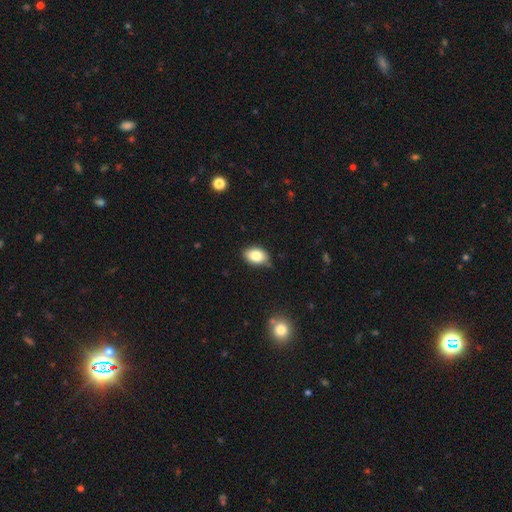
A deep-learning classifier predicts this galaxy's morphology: Smooth or featured: smooth — 83% (featured or disk — 9%)
How rounded: in between — 86% (round — 13%)
Merging: none — 76% (minor disturbance — 19%)